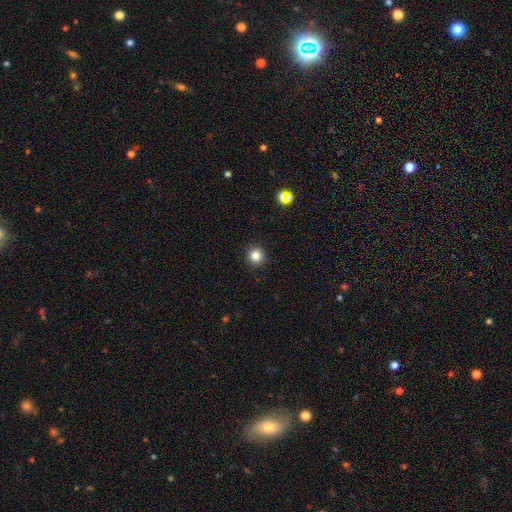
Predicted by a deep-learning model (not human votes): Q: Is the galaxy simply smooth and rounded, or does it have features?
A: smooth — 82%.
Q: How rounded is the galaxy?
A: round — 95%.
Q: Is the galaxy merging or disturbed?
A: none — 93%.